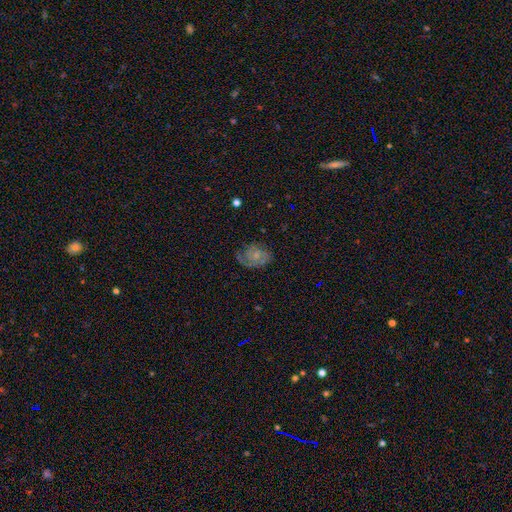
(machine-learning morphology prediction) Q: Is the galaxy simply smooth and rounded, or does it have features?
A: featured or disk — 68%.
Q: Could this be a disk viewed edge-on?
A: no — 97%.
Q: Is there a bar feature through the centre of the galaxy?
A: no — 71%.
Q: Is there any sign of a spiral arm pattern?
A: yes — 90%.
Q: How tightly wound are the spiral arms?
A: tight — 49%.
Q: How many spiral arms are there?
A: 2 — 46%.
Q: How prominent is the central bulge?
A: small — 61%.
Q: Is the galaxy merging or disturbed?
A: none — 62%.